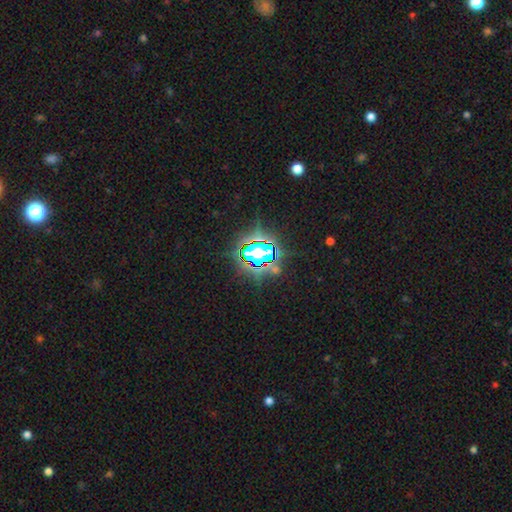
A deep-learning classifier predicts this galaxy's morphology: Smooth or featured: star or artifact — 75% (smooth — 14%)